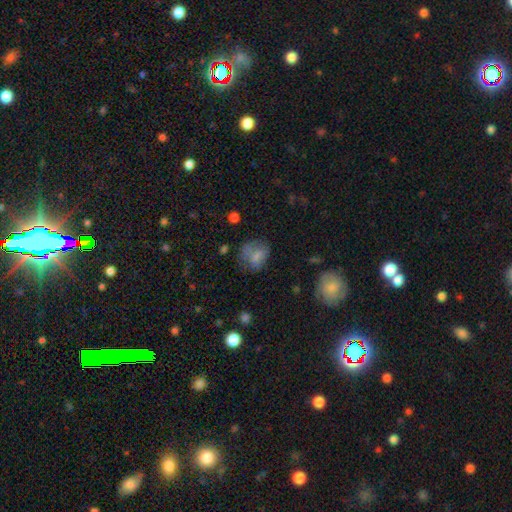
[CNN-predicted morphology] smooth_or_featured: smooth (p=0.69) [alt: featured or disk p=0.20]
how_rounded: in between (p=0.54) [alt: round p=0.44]
merging: none (p=0.45) [alt: minor disturbance p=0.27]